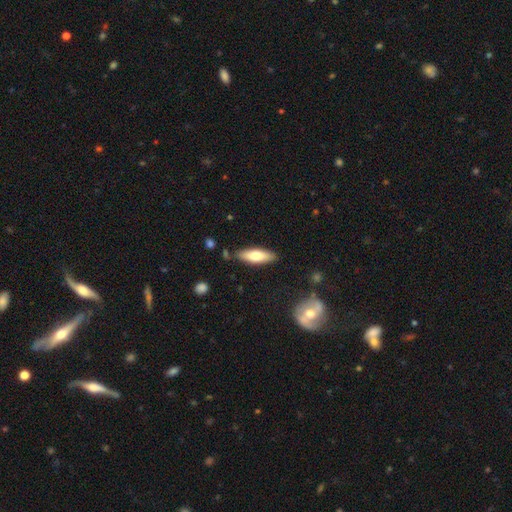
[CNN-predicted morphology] smooth_or_featured: smooth (p=0.68) [alt: featured or disk p=0.26]
how_rounded: cigar-shaped (p=0.50) [alt: in between p=0.48]
merging: none (p=0.84) [alt: minor disturbance p=0.11]